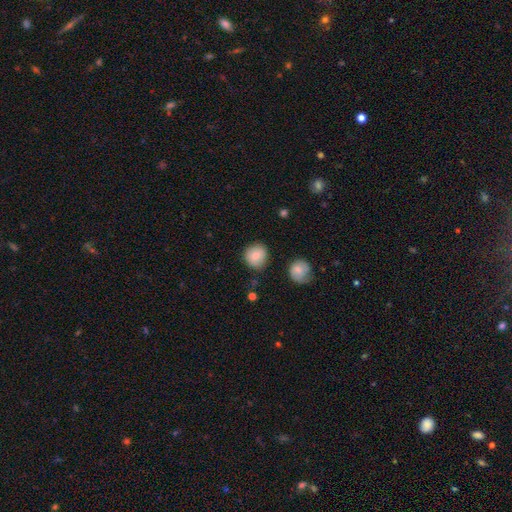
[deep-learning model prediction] This is likely a smooth galaxy (78%). How rounded: clearly round (89%). Merging: clearly none (83%).